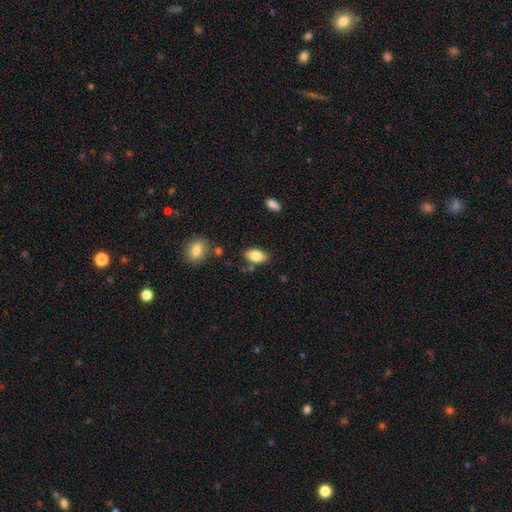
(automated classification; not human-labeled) This appears to be a smooth galaxy with no disk features (83%) that is in between round and cigar-shaped (92%). Merging: none (79%).